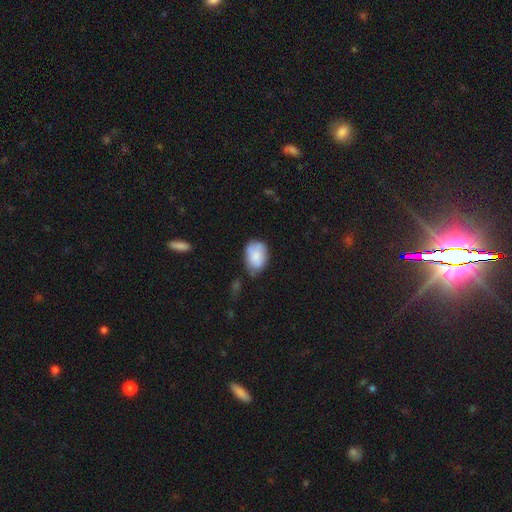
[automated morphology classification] Smooth or featured? smooth (77%)
How rounded? in between (79%)
Merging? none (50%)